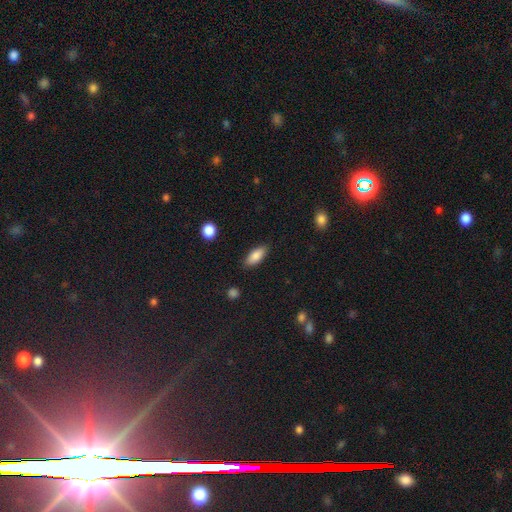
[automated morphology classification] smooth_or_featured: smooth (p=0.85) [alt: featured or disk p=0.09]
how_rounded: in between (p=0.81) [alt: cigar-shaped p=0.17]
merging: none (p=0.86) [alt: minor disturbance p=0.11]